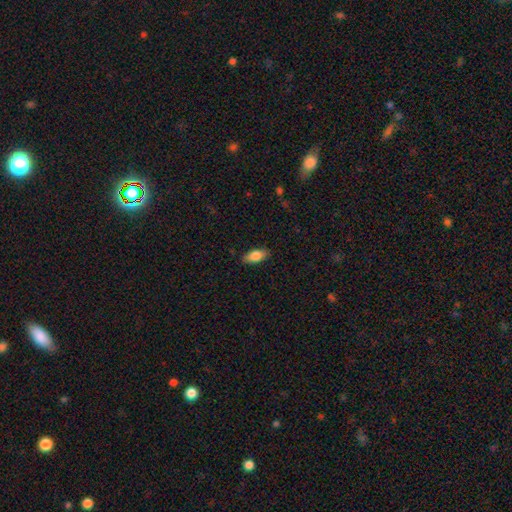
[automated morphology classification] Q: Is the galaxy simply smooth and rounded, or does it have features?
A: smooth — 81%.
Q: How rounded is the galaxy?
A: in between — 87%.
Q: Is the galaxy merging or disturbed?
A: none — 86%.